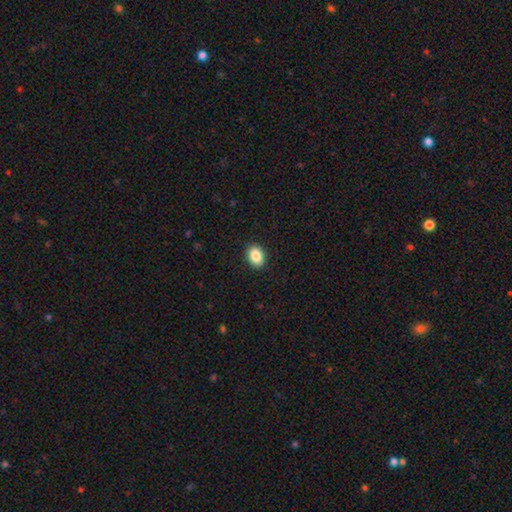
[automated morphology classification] This appears to be a smooth galaxy with no disk features (88%) that is in between round and cigar-shaped (69%). Merging: none (91%).